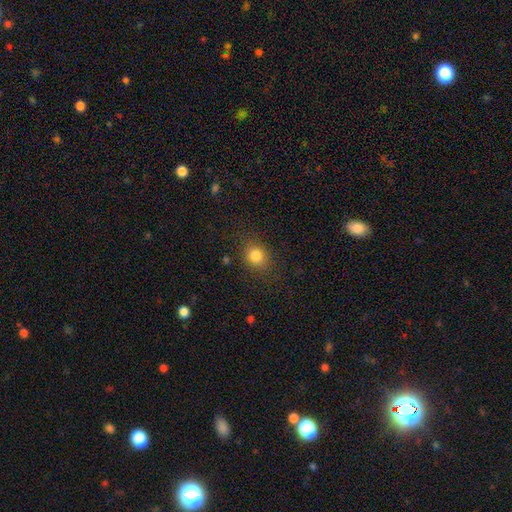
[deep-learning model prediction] Smooth or featured: smooth — 82% (star or artifact — 11%)
How rounded: round — 66% (in between — 32%)
Merging: none — 83% (minor disturbance — 11%)